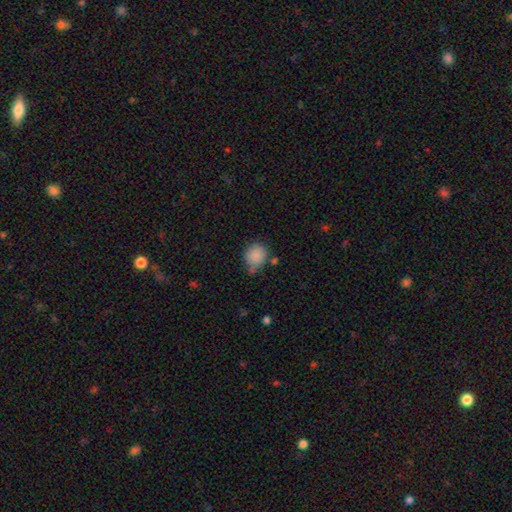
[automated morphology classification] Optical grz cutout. It shows a smooth galaxy with no disk features (86%) that is round (73%). Merging: none (61%).